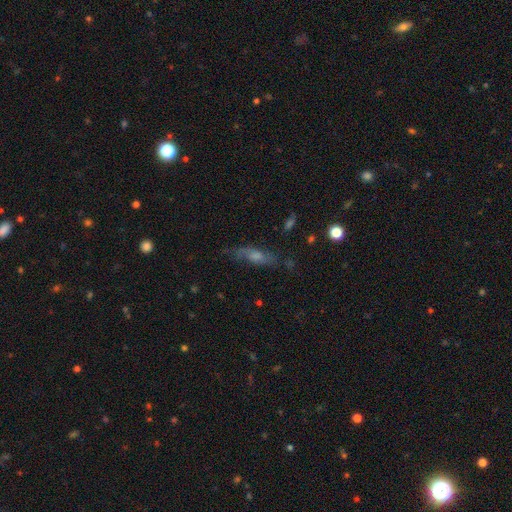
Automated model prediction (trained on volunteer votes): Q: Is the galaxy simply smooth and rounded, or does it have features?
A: featured or disk — 44%.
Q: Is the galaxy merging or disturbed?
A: none — 62%.